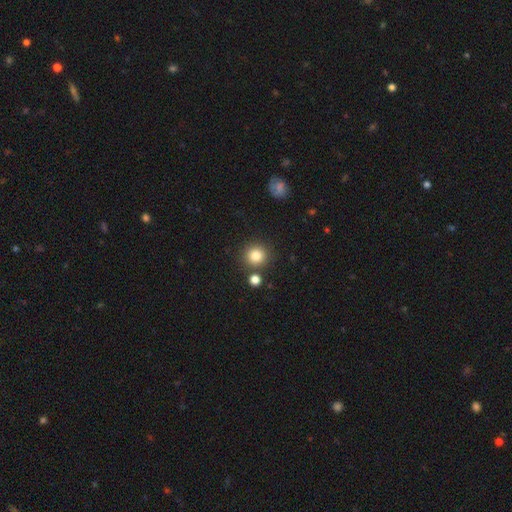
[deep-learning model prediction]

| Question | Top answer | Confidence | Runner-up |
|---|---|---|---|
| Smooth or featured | smooth | 83% | star or artifact (11%) |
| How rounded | round | 92% | in between (8%) |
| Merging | none | 83% | minor disturbance (7%) |